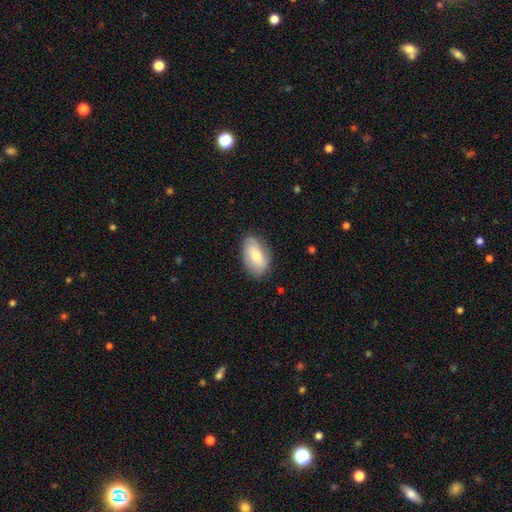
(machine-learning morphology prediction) Smooth or featured? Predicted: smooth (p=0.65). How rounded? Predicted: in between (p=0.92). Merging? Predicted: none (p=0.80).